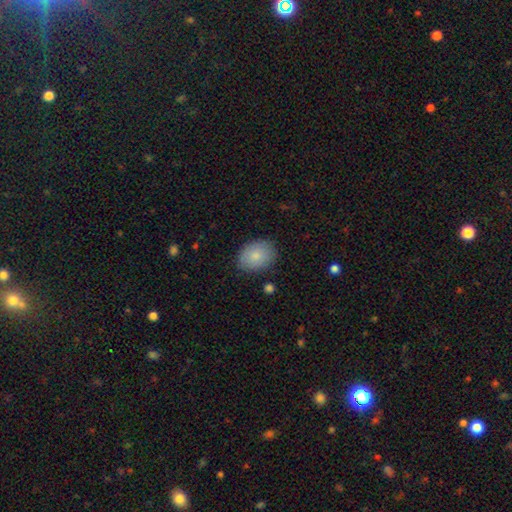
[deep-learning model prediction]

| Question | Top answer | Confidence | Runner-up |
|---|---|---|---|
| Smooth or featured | smooth | 84% | featured or disk (9%) |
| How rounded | in between | 65% | round (34%) |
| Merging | none | 84% | minor disturbance (12%) |